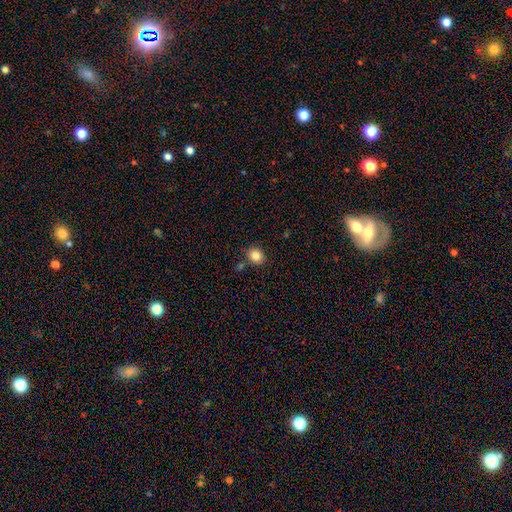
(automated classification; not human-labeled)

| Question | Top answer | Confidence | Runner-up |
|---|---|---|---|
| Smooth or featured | smooth | 84% | star or artifact (10%) |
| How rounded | round | 71% | in between (29%) |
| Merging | none | 80% | minor disturbance (11%) |